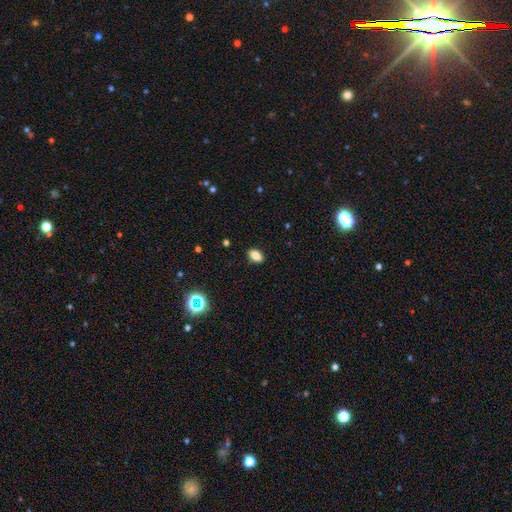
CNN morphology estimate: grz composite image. It shows a smooth galaxy with no disk features (84%) that is in between round and cigar-shaped (87%). Merging: none (88%).